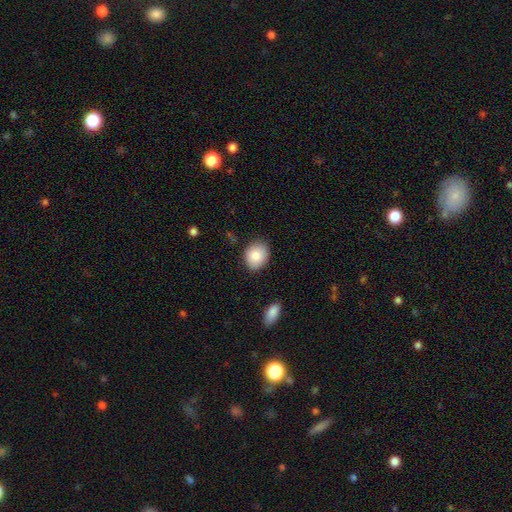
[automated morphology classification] smooth 83%, featured or disk 9%, star or artifact 7%. Down the decision tree: how rounded — in between (52%); merging — none (85%).